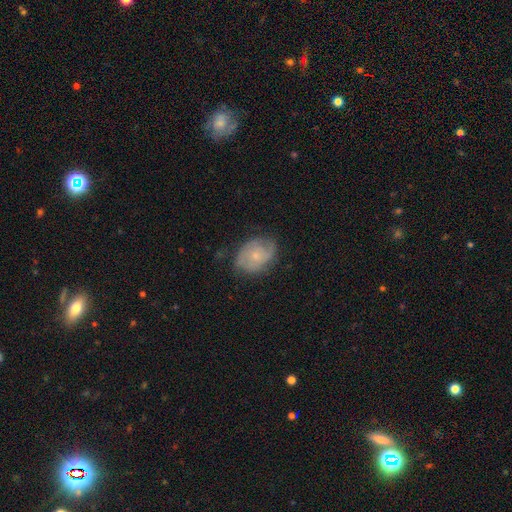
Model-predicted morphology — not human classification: The model was most divided on "smooth or featured": featured or disk: 57%, smooth: 35%, star or artifact: 7%. More confident: edge-on disk — no (97%); spiral arms — yes (80%); bar — no (78%); bulge size — small (70%); merging — none (65%).